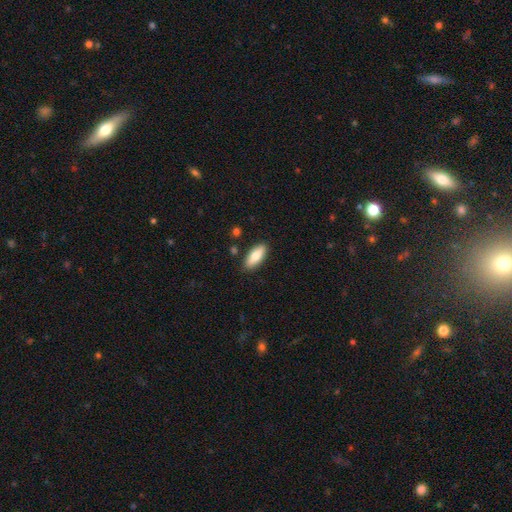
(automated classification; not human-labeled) Overall: smooth (78%). How rounded: in between (78%). Merging: none (86%).